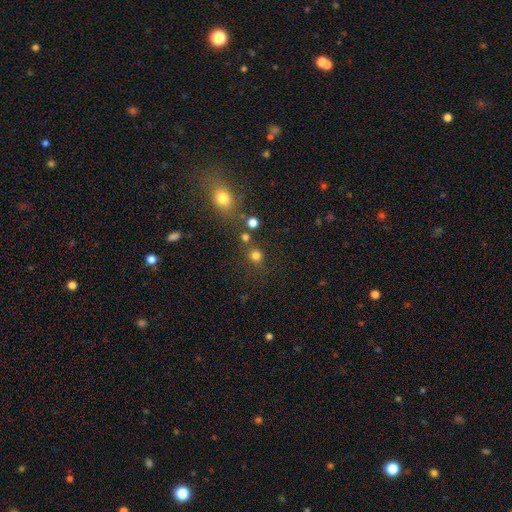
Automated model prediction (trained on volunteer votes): Overall: smooth (76%). How rounded: round (88%). Merging: none (75%).